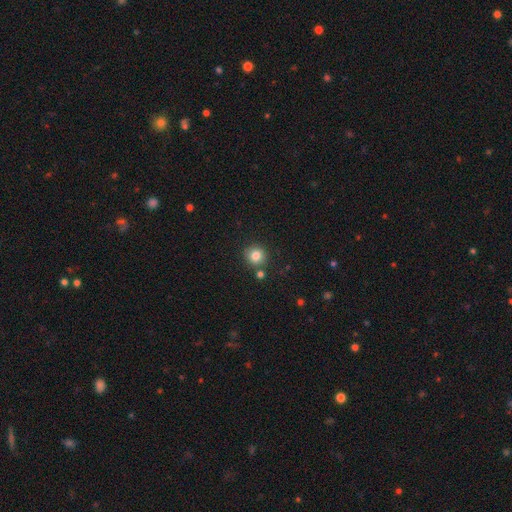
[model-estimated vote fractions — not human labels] Smooth or featured? smooth (82%)
How rounded? round (92%)
Merging? none (81%)